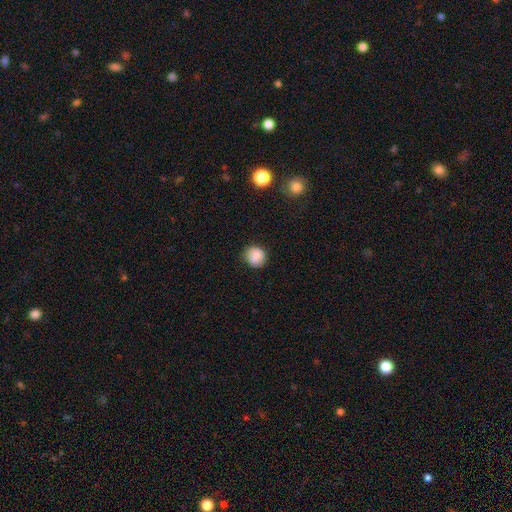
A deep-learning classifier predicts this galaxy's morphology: This appears to be a smooth galaxy with no disk features (85%) that is round (85%). Merging: none (79%).